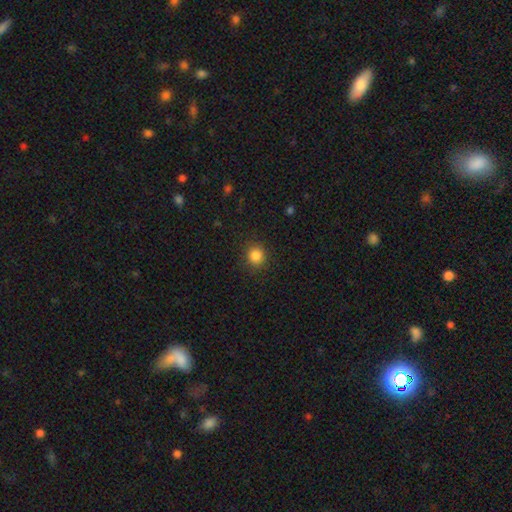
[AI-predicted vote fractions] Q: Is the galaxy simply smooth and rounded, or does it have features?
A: smooth — 85%.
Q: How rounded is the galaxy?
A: round — 90%.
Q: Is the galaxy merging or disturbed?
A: none — 89%.